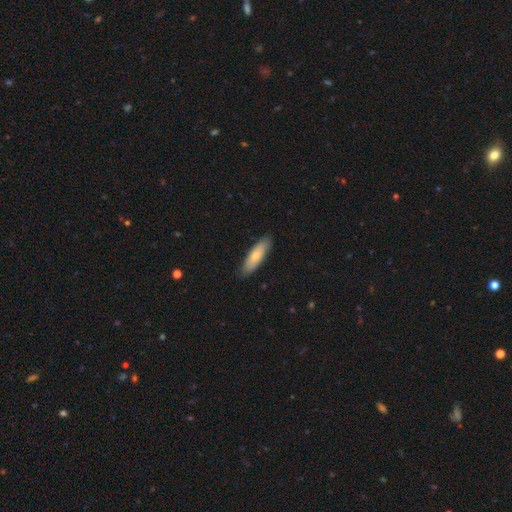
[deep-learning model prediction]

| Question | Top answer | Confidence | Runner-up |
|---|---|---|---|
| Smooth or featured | smooth | 71% | featured or disk (23%) |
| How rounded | in between | 51% | cigar-shaped (47%) |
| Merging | none | 86% | minor disturbance (11%) |